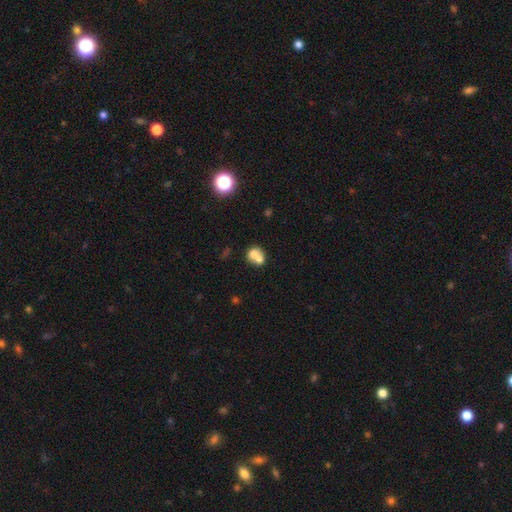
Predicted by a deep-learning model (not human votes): Morphology: type=smooth (68%); roundness=round (64%); merging=merger (65%).